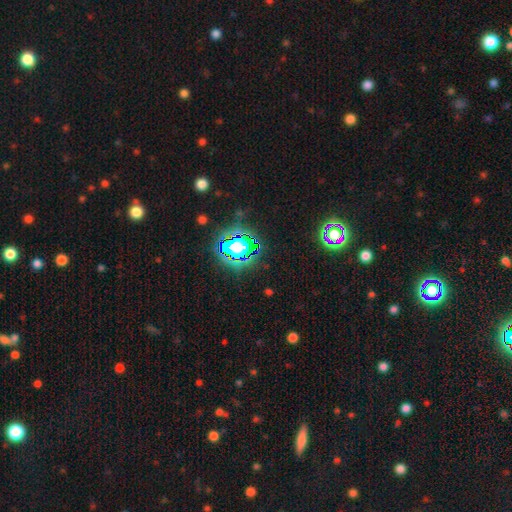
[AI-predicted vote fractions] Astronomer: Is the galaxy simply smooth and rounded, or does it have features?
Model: star or artifact — 81%.